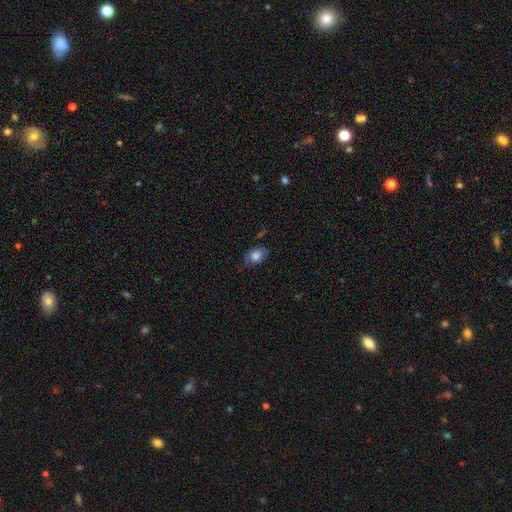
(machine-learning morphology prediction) smooth-or-featured: smooth: 74% | featured or disk: 18% | star or artifact: 8%
  how-rounded: in between: 76% | round: 23% | cigar-shaped: 2%
  merging: none: 61% | minor disturbance: 28% | major disturbance: 9% | merger: 2%